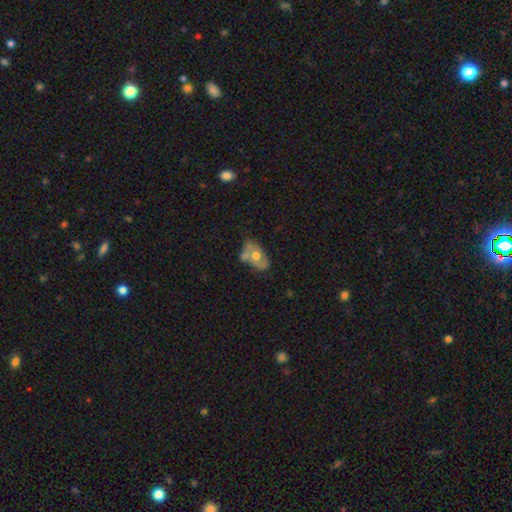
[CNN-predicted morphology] A featured or disk galaxy (53%).

Vote fractions:
- Smooth or featured? featured or disk: 53% / smooth: 40% / star or artifact: 7%
- Edge-on disk? no: 93% / yes: 7%
- Merging? none: 38% / minor disturbance: 26% / merger: 23% / major disturbance: 13%